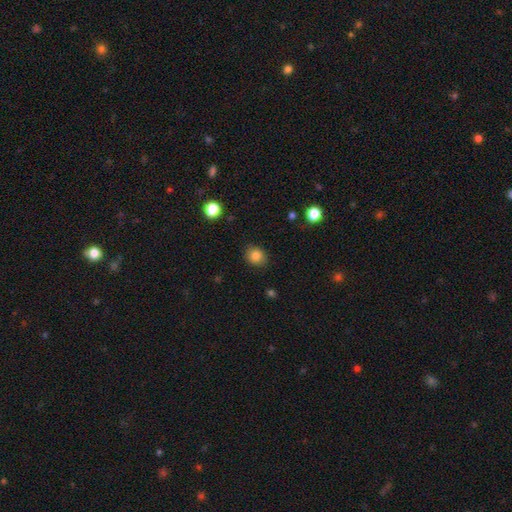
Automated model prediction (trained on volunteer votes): smooth-or-featured: smooth: 84% | star or artifact: 11% | featured or disk: 6%
  how-rounded: round: 66% | in between: 33% | cigar-shaped: 1%
  merging: none: 86% | minor disturbance: 10% | major disturbance: 3% | merger: 1%